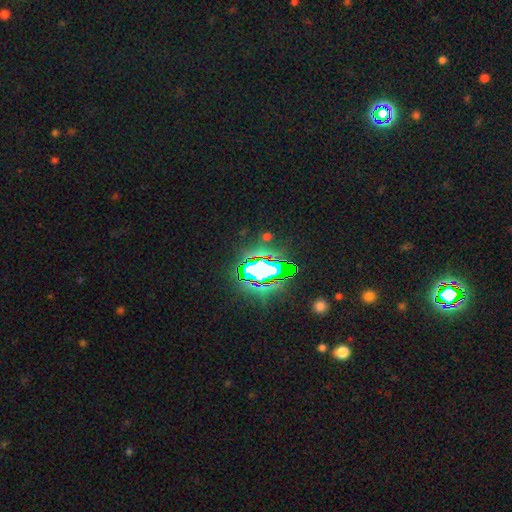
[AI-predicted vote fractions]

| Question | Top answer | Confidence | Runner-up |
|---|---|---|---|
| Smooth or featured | star or artifact | 76% | smooth (13%) |